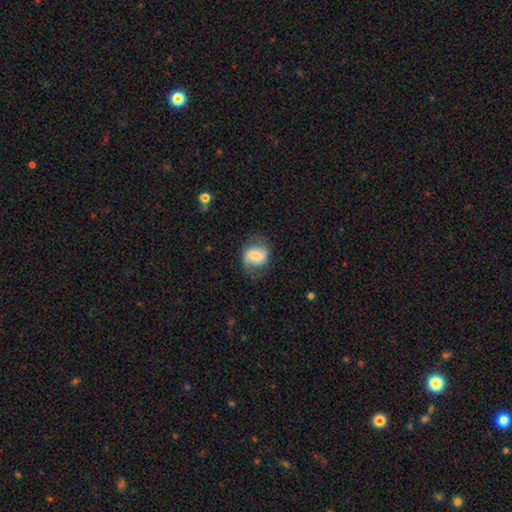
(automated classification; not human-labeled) Smooth or featured? featured or disk (61%)
Edge-on disk? no (97%)
Bar? weak (46%)
Spiral arms? yes (90%)
Spiral winding? loose (45%)
Spiral arm count? 2 (79%)
Bulge size? small (39%)
Merging? none (65%)